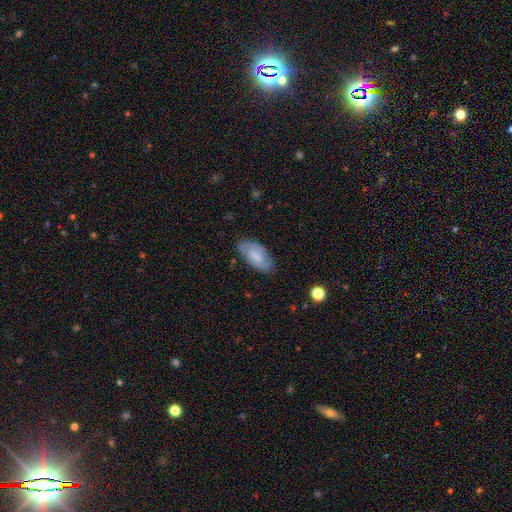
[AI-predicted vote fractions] Morphology: type=smooth (51%); roundness=in between (92%); merging=none (77%).